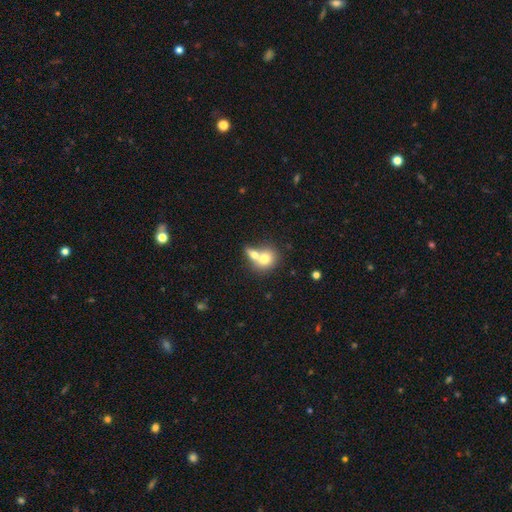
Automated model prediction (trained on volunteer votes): smooth 71%, featured or disk 20%, star or artifact 9%. Down the decision tree: how rounded — round (61%); merging — merger (66%).